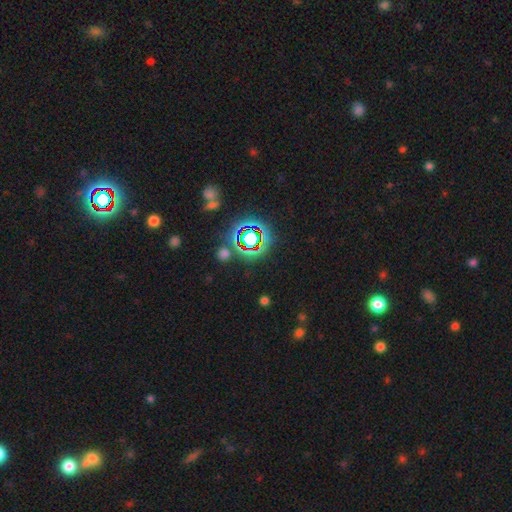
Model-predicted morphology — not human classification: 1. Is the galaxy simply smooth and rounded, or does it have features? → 69% star or artifact, 19% smooth, 13% featured or disk.